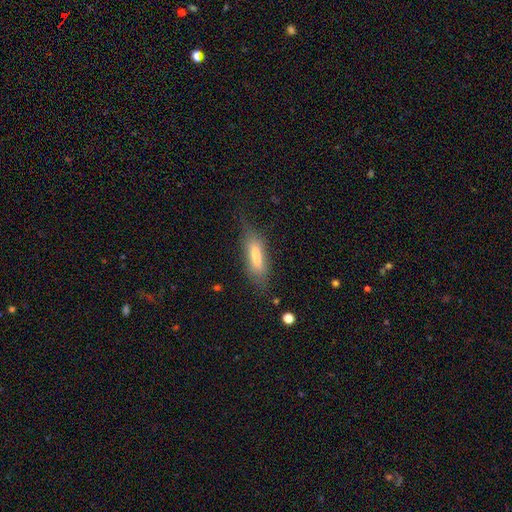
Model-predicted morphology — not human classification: Smooth or featured? Predicted: smooth (p=0.70). How rounded? Predicted: cigar-shaped (p=0.53). Merging? Predicted: none (p=0.66).